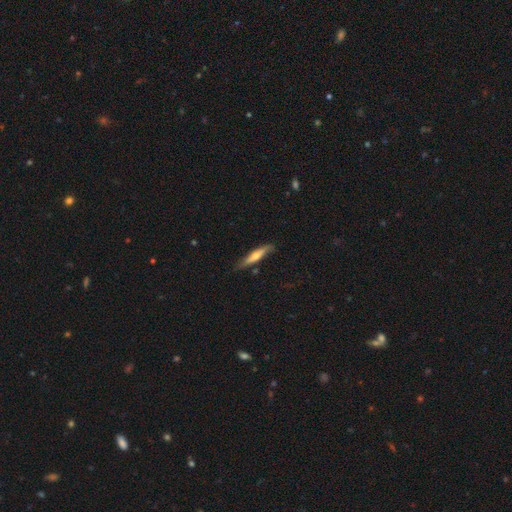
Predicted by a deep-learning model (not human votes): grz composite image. It shows a featured or disk galaxy (48%). Merging: none (76%).